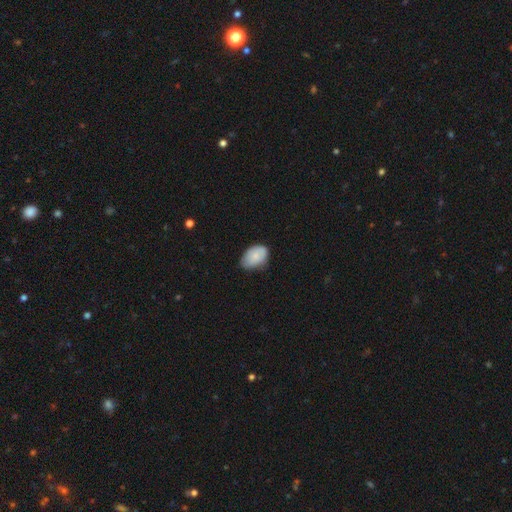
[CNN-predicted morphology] Overall: smooth (80%). How rounded: in between (88%). Merging: none (56%; minor disturbance 37%).